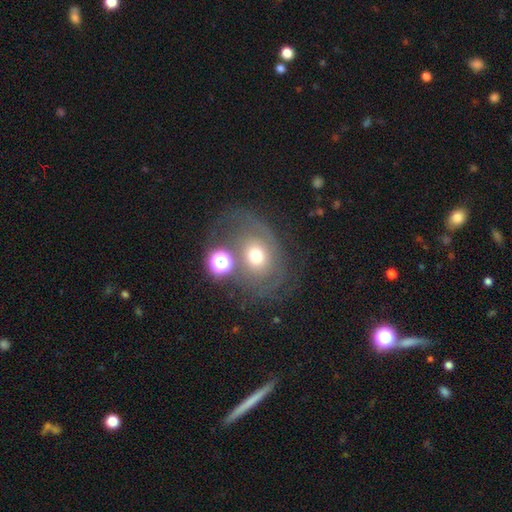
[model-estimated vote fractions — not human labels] A featured or disk galaxy (45%).

Vote fractions:
- Smooth or featured? featured or disk: 45% / smooth: 41% / star or artifact: 14%
- Merging? none: 47% / major disturbance: 22% / minor disturbance: 18% / merger: 14%